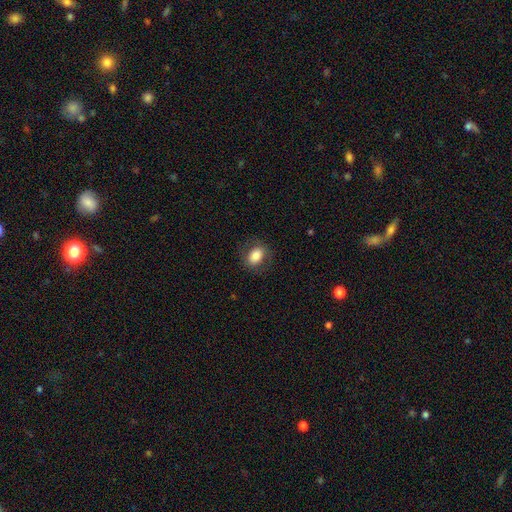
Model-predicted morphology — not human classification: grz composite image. It shows a smooth galaxy with no disk features (78%) that is in between round and cigar-shaped (69%). Merging: none (79%).